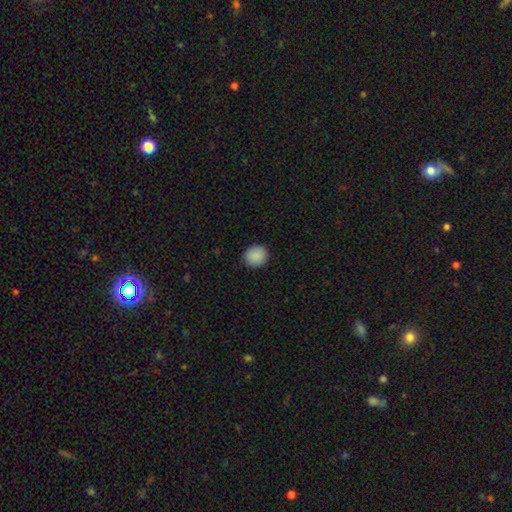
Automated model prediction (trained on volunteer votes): smooth-or-featured: smooth: 90% | star or artifact: 8% | featured or disk: 3%
  how-rounded: round: 76% | in between: 23% | cigar-shaped: 1%
  merging: none: 89% | minor disturbance: 8% | major disturbance: 2% | merger: 1%